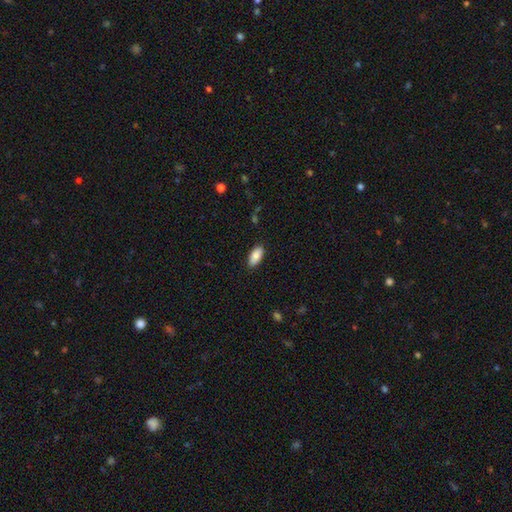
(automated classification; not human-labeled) smooth_or_featured: smooth (p=0.86) [alt: featured or disk p=0.07]
how_rounded: in between (p=0.91) [alt: cigar-shaped p=0.07]
merging: none (p=0.87) [alt: minor disturbance p=0.10]